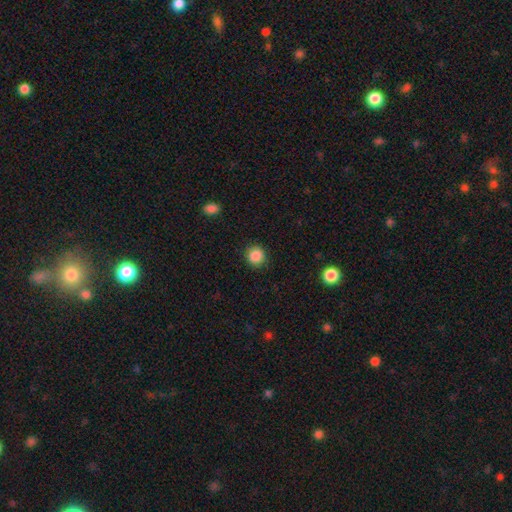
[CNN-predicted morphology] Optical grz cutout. It shows a smooth galaxy with no disk features (87%) that is round (91%). Merging: none (90%).